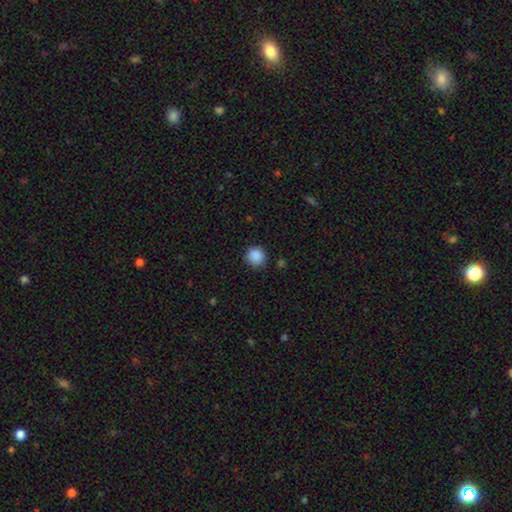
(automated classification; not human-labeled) A smooth galaxy with no disk features (88%) that is round (91%). Merging: none (86%).